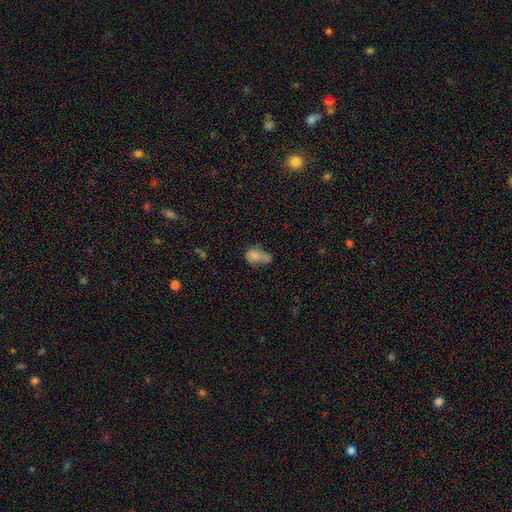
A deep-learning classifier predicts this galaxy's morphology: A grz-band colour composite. It shows a smooth galaxy with no disk features (70%) that is in between round and cigar-shaped (82%). Merging: minor disturbance (28%).